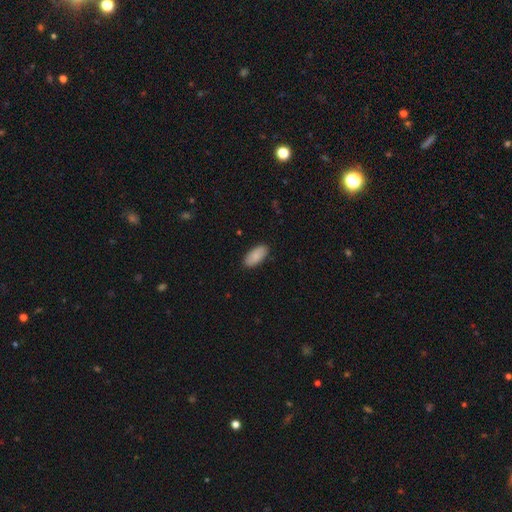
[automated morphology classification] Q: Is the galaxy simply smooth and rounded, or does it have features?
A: smooth — 87%.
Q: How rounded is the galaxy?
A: in between — 93%.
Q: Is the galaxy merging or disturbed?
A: none — 88%.